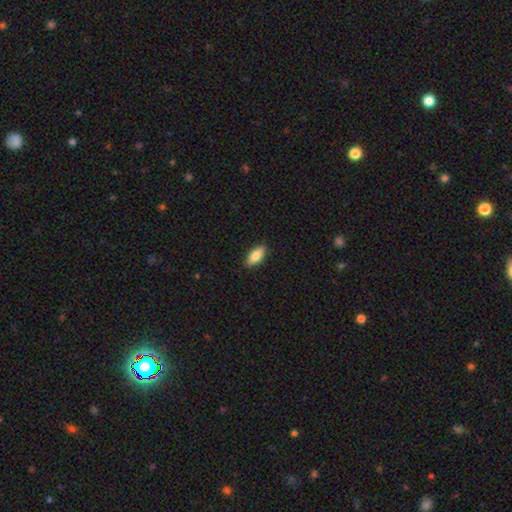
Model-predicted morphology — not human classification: A smooth galaxy with no disk features (79%) that is in between round and cigar-shaped (78%). Merging: none (89%).